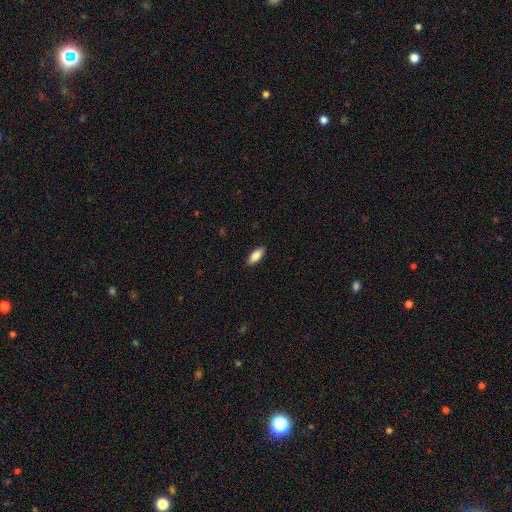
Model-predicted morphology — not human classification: Overall: smooth (84%). How rounded: in between (76%). Merging: none (88%).